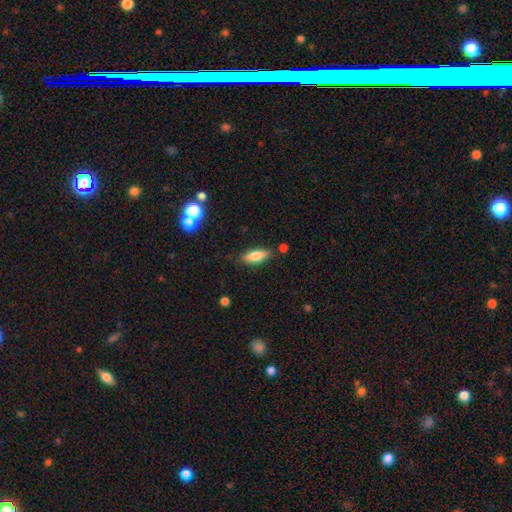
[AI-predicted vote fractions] The model was most divided on "how rounded": in between: 65%, cigar-shaped: 32%, round: 3%. More confident: merging — none (81%); smooth or featured — smooth (74%).